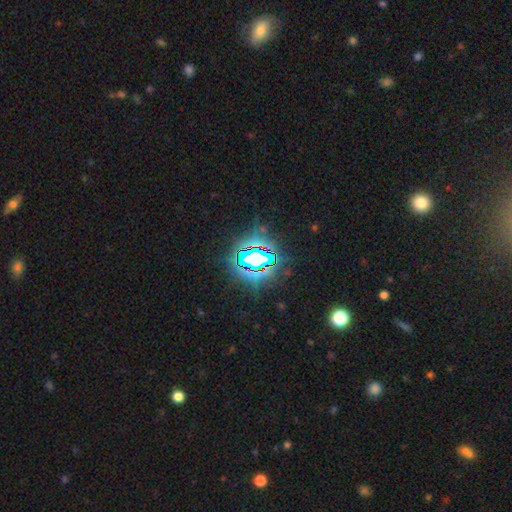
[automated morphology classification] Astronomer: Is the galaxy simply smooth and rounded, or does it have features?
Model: star or artifact — 75%.